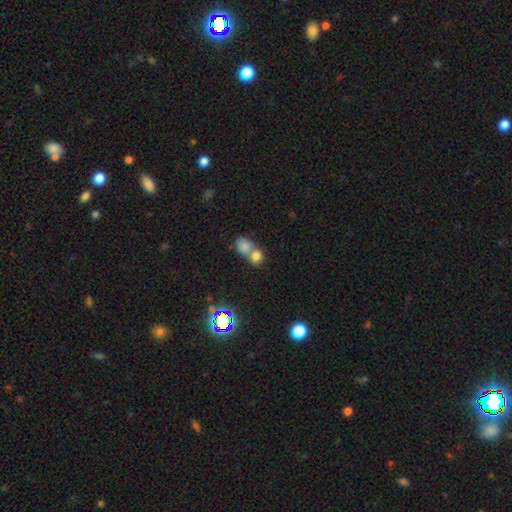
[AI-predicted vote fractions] A smooth galaxy with no disk features (75%) that is round (67%). Merging: merger (66%).